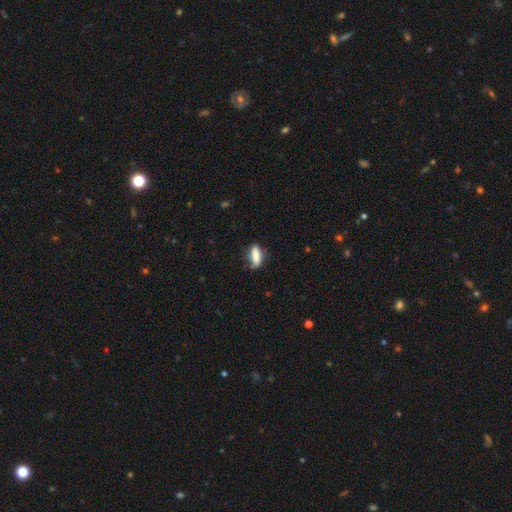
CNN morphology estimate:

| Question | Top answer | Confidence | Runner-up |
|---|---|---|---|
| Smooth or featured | smooth | 80% | featured or disk (13%) |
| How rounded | in between | 52% | cigar-shaped (46%) |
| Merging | none | 69% | minor disturbance (23%) |